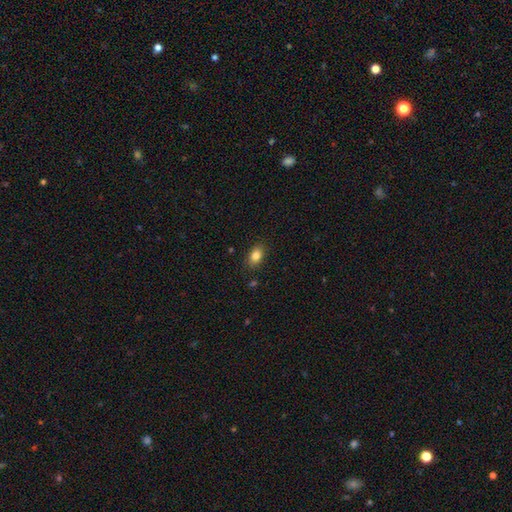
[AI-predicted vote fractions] Smooth or featured?
  - smooth: 83% *
  - star or artifact: 9%
  - featured or disk: 8%
How rounded?
  - in between: 84% *
  - round: 14%
  - cigar-shaped: 2%
Merging?
  - none: 87% *
  - minor disturbance: 10%
  - major disturbance: 2%
  - merger: 1%